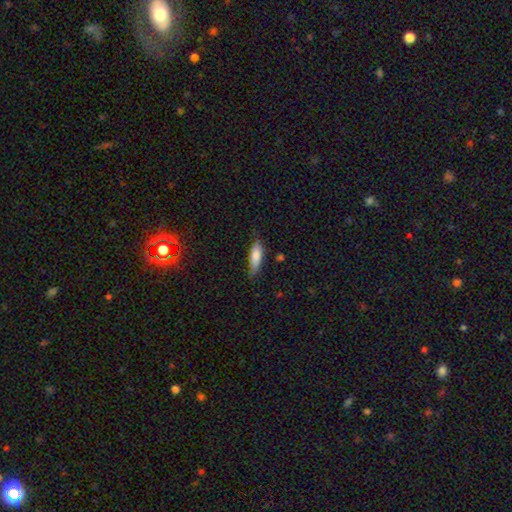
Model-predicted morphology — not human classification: type=smooth (78%); roundness=in between (50%); merging=none (69%).